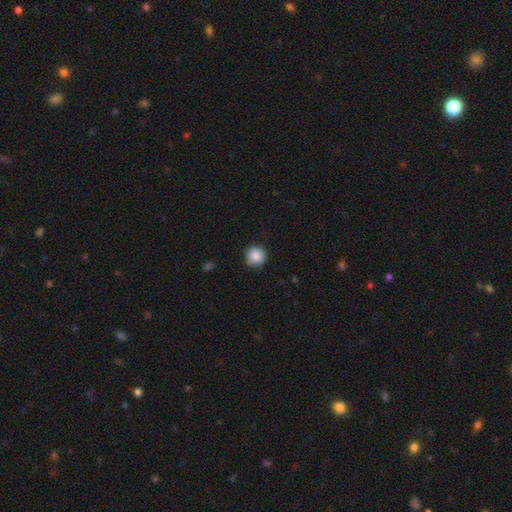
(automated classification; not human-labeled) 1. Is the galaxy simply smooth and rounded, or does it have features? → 88% smooth, 9% star or artifact, 3% featured or disk.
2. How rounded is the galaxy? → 95% round, 4% in between, 1% cigar-shaped.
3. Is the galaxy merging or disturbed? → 89% none, 8% minor disturbance, 2% major disturbance, 1% merger.